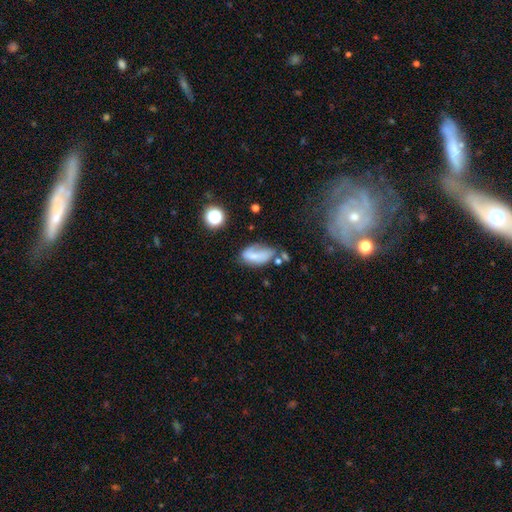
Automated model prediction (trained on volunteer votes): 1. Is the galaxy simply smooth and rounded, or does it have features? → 63% smooth, 26% featured or disk, 11% star or artifact.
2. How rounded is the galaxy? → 88% in between, 6% cigar-shaped, 6% round.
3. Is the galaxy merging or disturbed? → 35% none, 30% minor disturbance, 21% major disturbance, 13% merger.